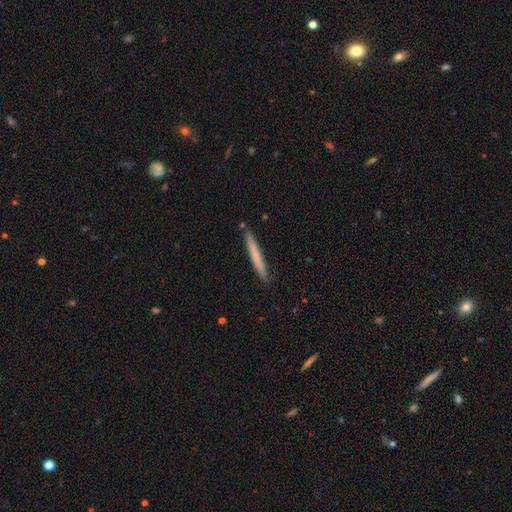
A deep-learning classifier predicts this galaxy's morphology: Smooth or featured? Predicted: smooth (p=0.68). How rounded? Predicted: cigar-shaped (p=0.97). Merging? Predicted: none (p=0.89).